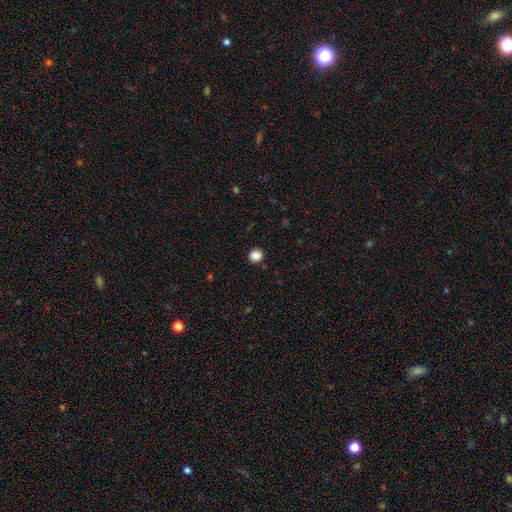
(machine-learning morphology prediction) Smooth or featured?
  - smooth: 86% *
  - star or artifact: 11%
  - featured or disk: 4%
How rounded?
  - round: 89% *
  - in between: 10%
  - cigar-shaped: 1%
Merging?
  - none: 92% *
  - minor disturbance: 5%
  - major disturbance: 2%
  - merger: 1%